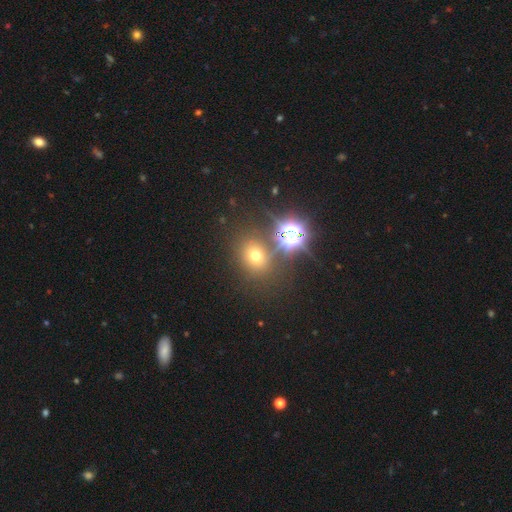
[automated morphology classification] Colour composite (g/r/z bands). It shows a smooth galaxy with no disk features (55%) that is round (72%). Merging: none (74%).